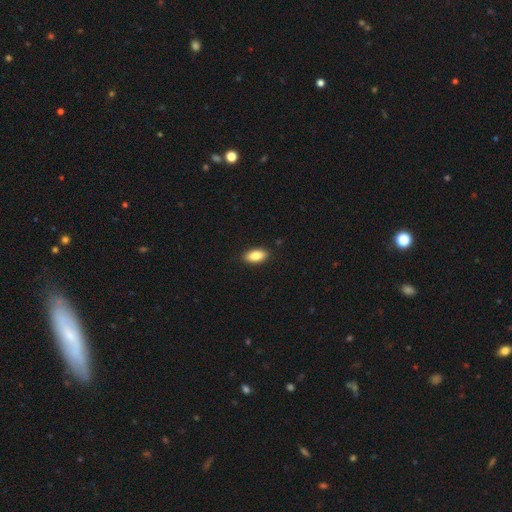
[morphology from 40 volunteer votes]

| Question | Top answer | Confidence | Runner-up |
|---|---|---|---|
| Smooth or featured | smooth | 82% | featured or disk (12%) |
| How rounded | in between | 94% | cigar-shaped (6%) |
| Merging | none | 87% | minor disturbance (13%) |